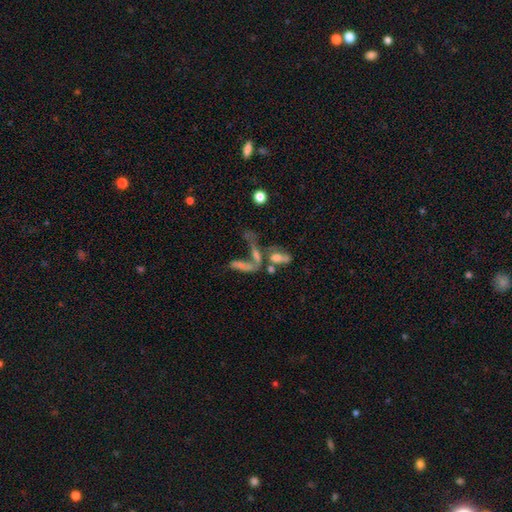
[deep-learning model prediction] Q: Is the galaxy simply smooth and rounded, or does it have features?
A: featured or disk — 46%.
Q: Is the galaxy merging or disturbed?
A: merger — 53%.